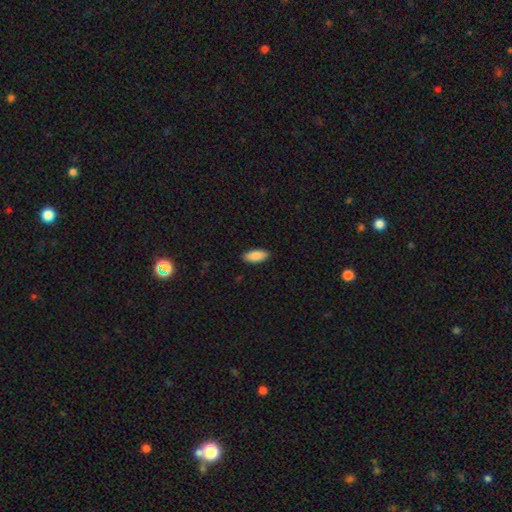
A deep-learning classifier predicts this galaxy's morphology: The model was most divided on "how rounded": in between: 86%, cigar-shaped: 12%, round: 2%. More confident: merging — none (90%); smooth or featured — smooth (89%).